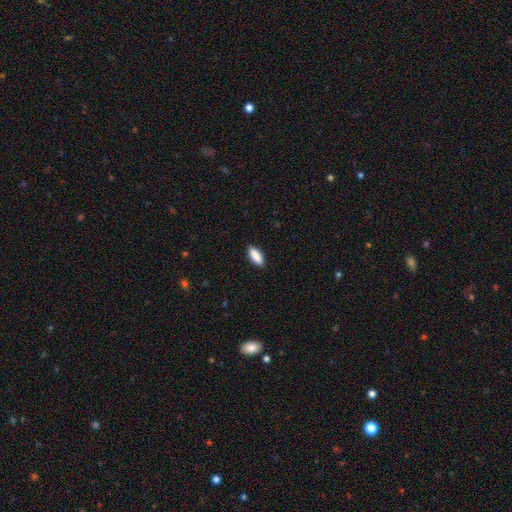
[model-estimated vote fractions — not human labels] A smooth galaxy with no disk features (88%) that is in between round and cigar-shaped (72%). Merging: none (89%).